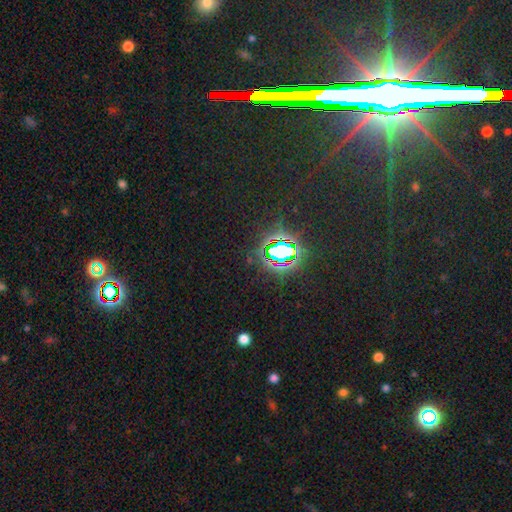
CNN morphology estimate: This is clearly a star or artifact rather than a galaxy (82%).